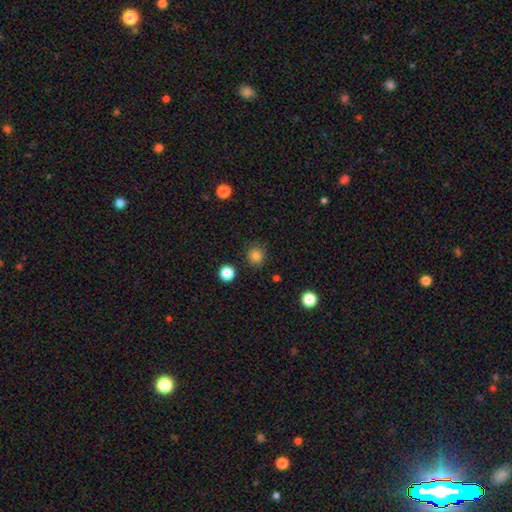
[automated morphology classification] Smooth or featured: smooth — 83% (star or artifact — 12%)
How rounded: round — 91% (in between — 8%)
Merging: none — 87% (minor disturbance — 8%)